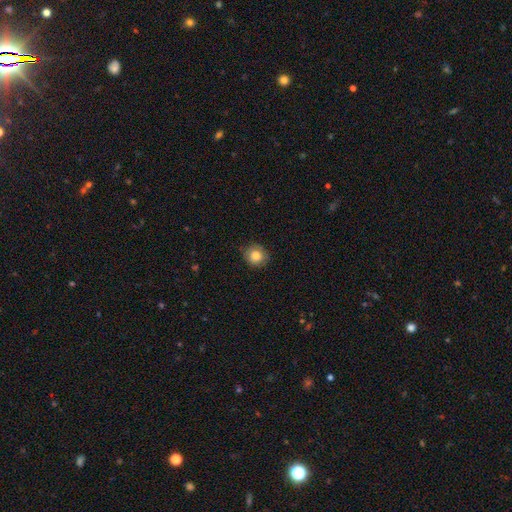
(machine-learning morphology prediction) smooth_or_featured: smooth (p=0.83) [alt: star or artifact p=0.09]
how_rounded: round (p=0.86) [alt: in between p=0.13]
merging: none (p=0.82) [alt: minor disturbance p=0.14]